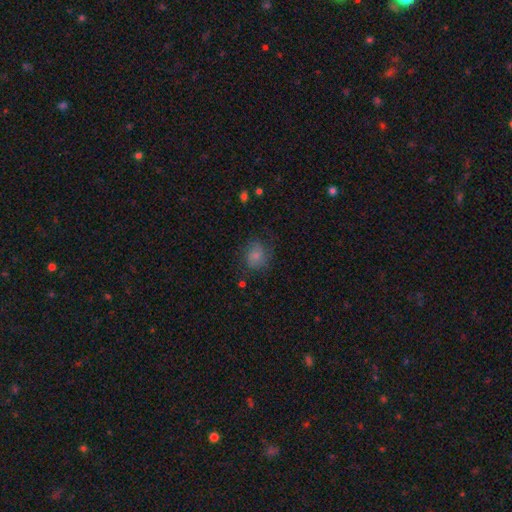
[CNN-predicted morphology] This appears to be a smooth galaxy with no disk features (70%) that is round (68%). Merging: none (64%).